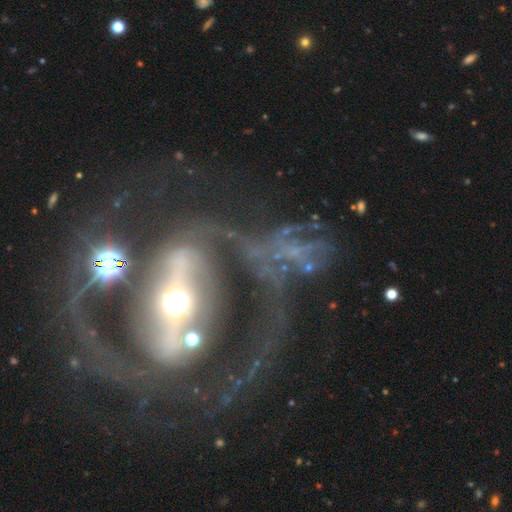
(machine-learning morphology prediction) The model was most divided on "spiral winding": medium: 47%, tight: 27%, loose: 26%. More confident: edge-on disk — no (92%); smooth or featured — featured or disk (88%); spiral arm count — 2 (85%); spiral arms — yes (82%); bar — strong (75%); bulge size — moderate (57%); merging — none (55%).